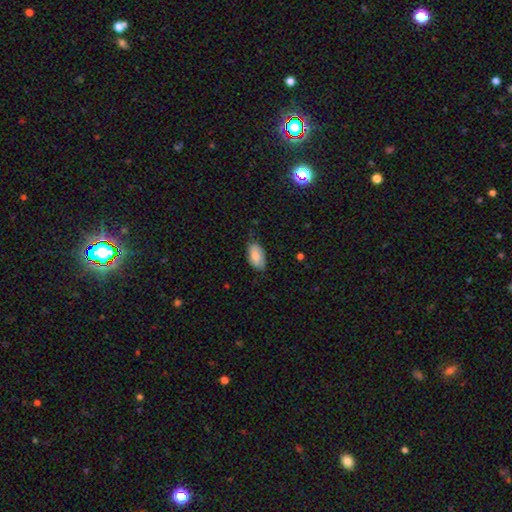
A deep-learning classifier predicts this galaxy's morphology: This is clearly a smooth galaxy (84%). How rounded: clearly in between (94%). Merging: likely none (72%).